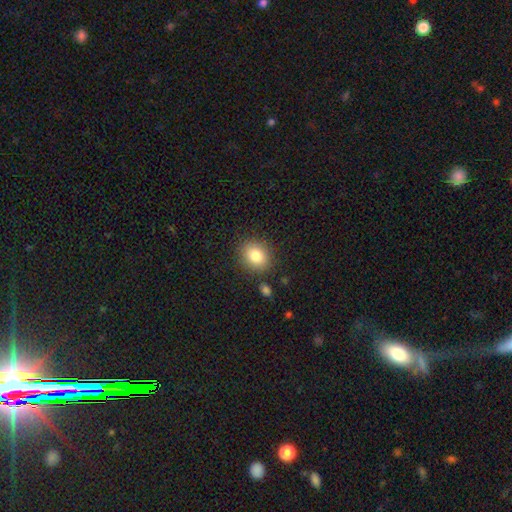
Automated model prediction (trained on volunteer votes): This appears to be a smooth galaxy with no disk features (83%) that is round (53%). Merging: none (84%).